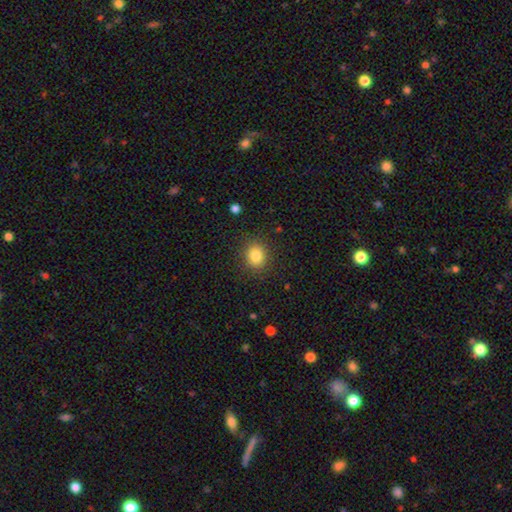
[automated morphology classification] The model was most divided on "how rounded": round: 71%, in between: 28%, cigar-shaped: 1%. More confident: merging — none (88%); smooth or featured — smooth (83%).